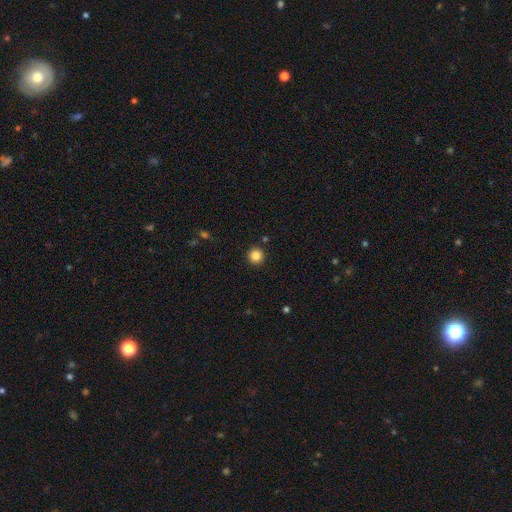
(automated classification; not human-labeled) Smooth or featured? Predicted: smooth (p=0.84). How rounded? Predicted: round (p=0.96). Merging? Predicted: none (p=0.92).